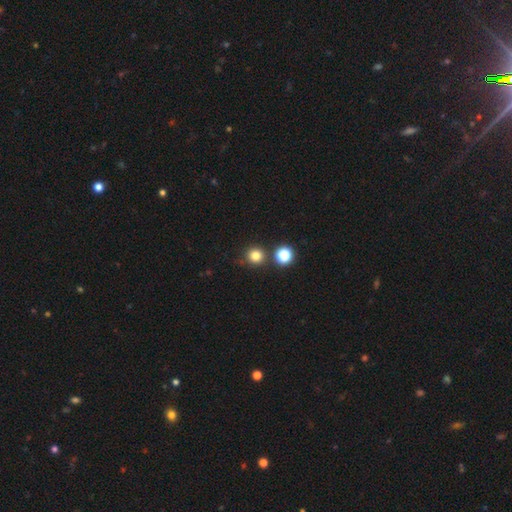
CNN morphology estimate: The model was most divided on "smooth or featured": smooth: 79%, star or artifact: 15%, featured or disk: 5%. More confident: how rounded — round (93%); merging — none (81%).